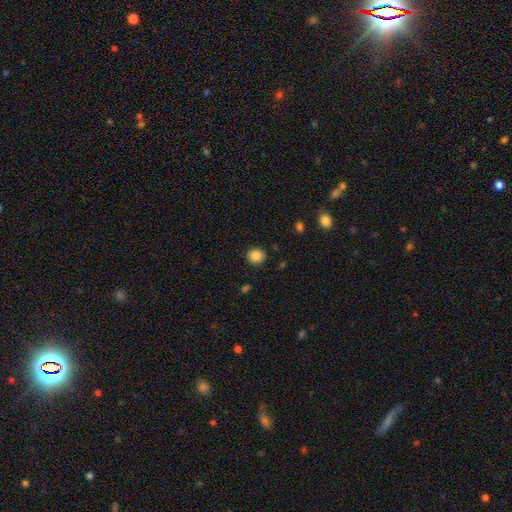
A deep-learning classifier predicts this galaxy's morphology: smooth_or_featured: smooth (p=0.86) [alt: star or artifact p=0.10]
how_rounded: round (p=0.81) [alt: in between p=0.18]
merging: none (p=0.90) [alt: minor disturbance p=0.06]